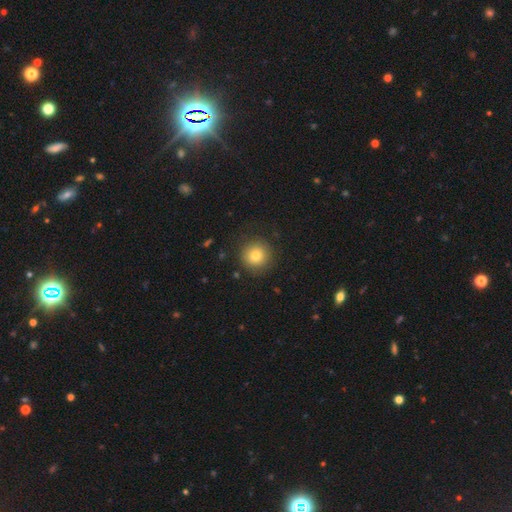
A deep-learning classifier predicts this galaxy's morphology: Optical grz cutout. It shows a smooth galaxy with no disk features (79%) that is round (94%). Merging: none (87%).